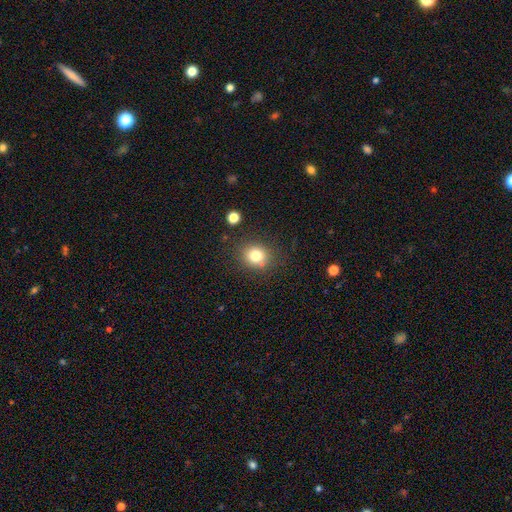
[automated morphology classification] The model was most divided on "how rounded": round: 75%, in between: 24%, cigar-shaped: 1%. More confident: merging — none (81%); smooth or featured — smooth (79%).